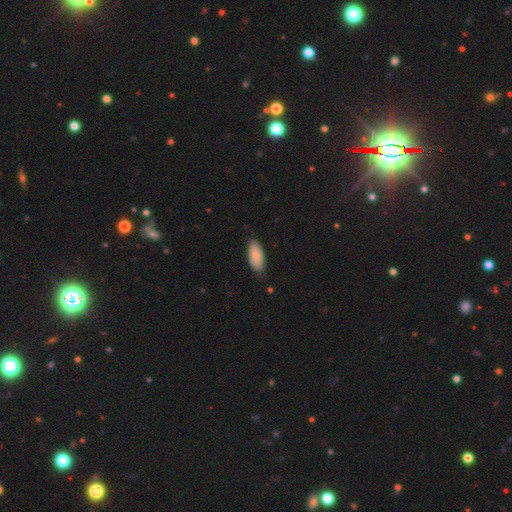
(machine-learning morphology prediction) The model was most divided on "merging": none: 78%, minor disturbance: 18%, major disturbance: 2%, merger: 1%. More confident: how rounded — in between (86%); smooth or featured — smooth (81%).